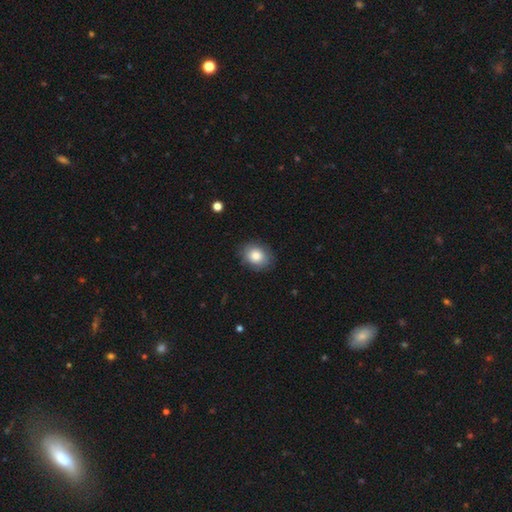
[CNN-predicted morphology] The model was most divided on "how rounded": in between: 52%, round: 47%, cigar-shaped: 1%. More confident: merging — none (84%); smooth or featured — smooth (82%).